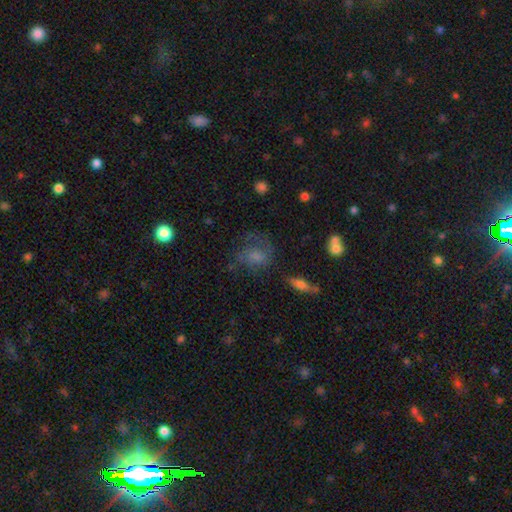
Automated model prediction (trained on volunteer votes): smooth_or_featured: smooth (p=0.49) [alt: featured or disk p=0.38]
merging: none (p=0.48) [alt: major disturbance p=0.26]